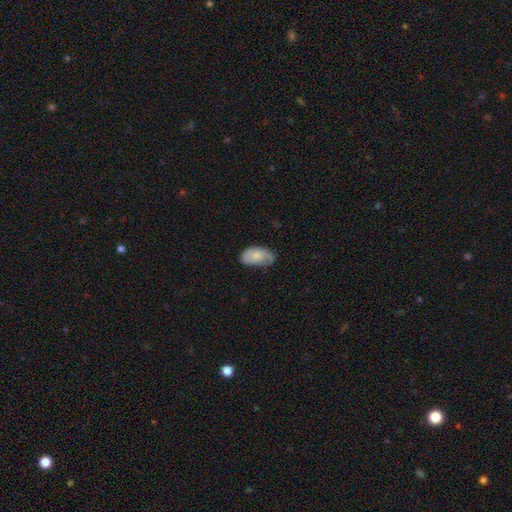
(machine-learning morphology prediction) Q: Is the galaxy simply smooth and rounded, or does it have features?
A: smooth — 69%.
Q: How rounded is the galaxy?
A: in between — 94%.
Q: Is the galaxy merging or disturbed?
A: none — 47%.